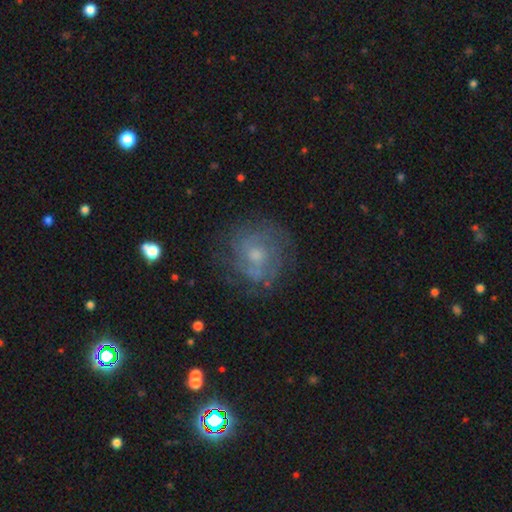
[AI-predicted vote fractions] A featured or disk galaxy (64%) with no bar (69%), spiral arms (78%) and a moderate central bulge (48%).

Vote fractions:
- Smooth or featured? featured or disk: 64% / smooth: 25% / star or artifact: 11%
- Edge-on disk? no: 97% / yes: 3%
- Bar? no: 69% / weak: 27% / strong: 4%
- Spiral arms? yes: 78% / no: 22%
- Bulge size? moderate: 48% / small: 43% / none: 5% / large: 3% / dominant: 1%
- Merging? none: 72% / minor disturbance: 17% / major disturbance: 9% / merger: 2%